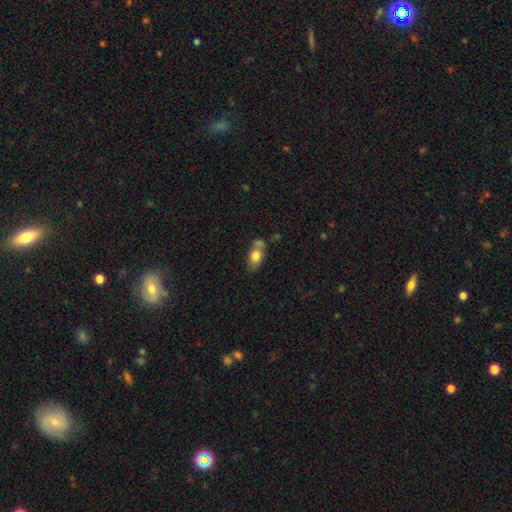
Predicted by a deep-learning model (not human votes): Smooth or featured?
  - smooth: 75% *
  - featured or disk: 16%
  - star or artifact: 8%
How rounded?
  - in between: 83% *
  - round: 13%
  - cigar-shaped: 4%
Merging?
  - none: 46% *
  - merger: 28%
  - minor disturbance: 20%
  - major disturbance: 7%